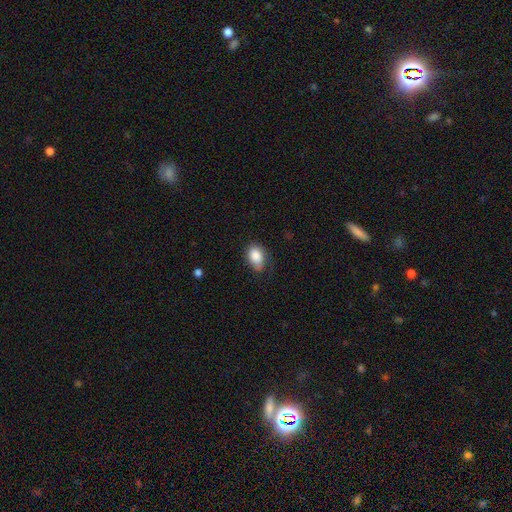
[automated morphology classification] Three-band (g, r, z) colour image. It shows a smooth galaxy with no disk features (85%) that is in between round and cigar-shaped (82%). Merging: none (62%).